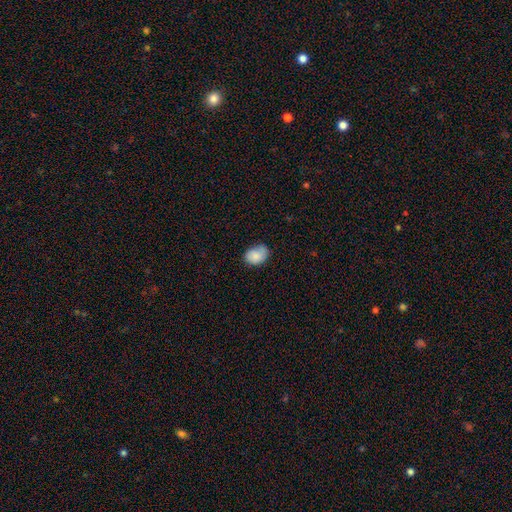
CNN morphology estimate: type=smooth (81%); roundness=in between (72%); merging=none (58%).